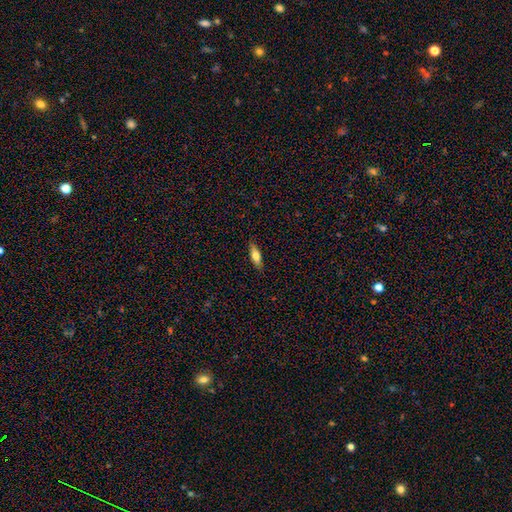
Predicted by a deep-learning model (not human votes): Overall: smooth (70%). How rounded: in between (59%; cigar-shaped 39%). Merging: none (87%).